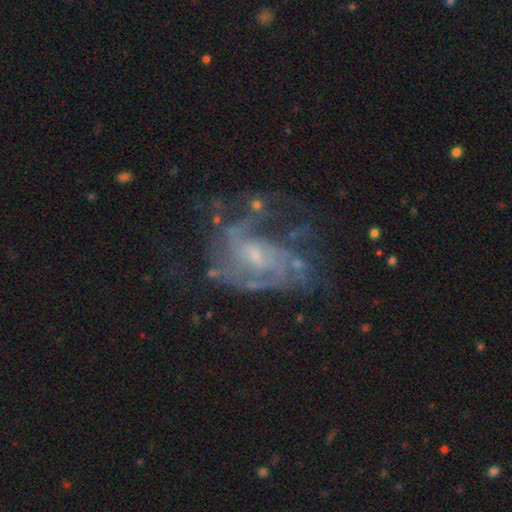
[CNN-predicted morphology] A featured or disk galaxy (82%) with no bar (50%), medium (45%) spiral arms (84%) and a small central bulge (60%).

Vote fractions:
- Smooth or featured? featured or disk: 82% / star or artifact: 9% / smooth: 9%
- Edge-on disk? no: 97% / yes: 3%
- Bar? no: 50% / weak: 42% / strong: 8%
- Spiral arms? yes: 84% / no: 16%
- Spiral winding? medium: 45% / tight: 33% / loose: 22%
- Spiral arm count? can't tell: 35% / 2: 26% / 3: 20% / 4: 8% / 1: 6% / more than 4: 5%
- Bulge size? small: 60% / moderate: 26% / none: 10% / large: 2% / dominant: 1%
- Merging? none: 48% / major disturbance: 27% / minor disturbance: 20% / merger: 5%